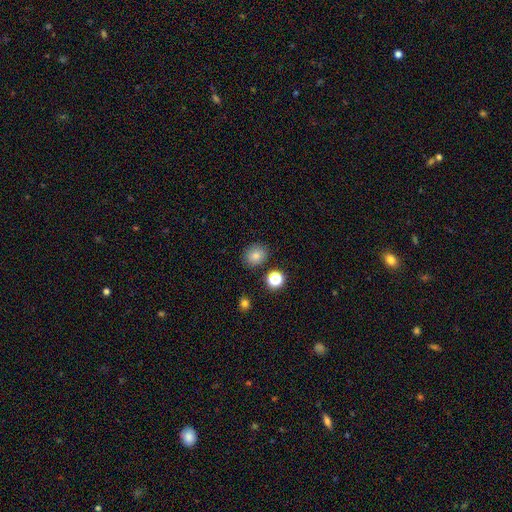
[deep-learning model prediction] A smooth galaxy with no disk features (81%) that is round (71%).

Vote fractions:
- Smooth or featured? smooth: 81% / star or artifact: 13% / featured or disk: 6%
- How rounded? round: 71% / in between: 28% / cigar-shaped: 1%
- Merging? none: 85% / minor disturbance: 9% / merger: 4% / major disturbance: 3%